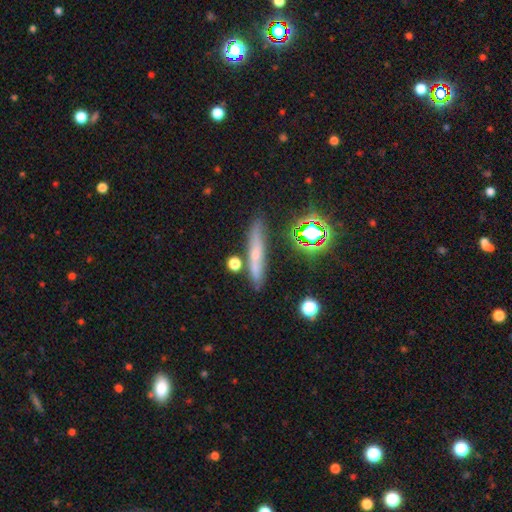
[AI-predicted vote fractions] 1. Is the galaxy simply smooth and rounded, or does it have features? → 46% smooth, 36% featured or disk, 17% star or artifact.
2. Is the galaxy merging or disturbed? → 80% none, 11% minor disturbance, 5% merger, 3% major disturbance.